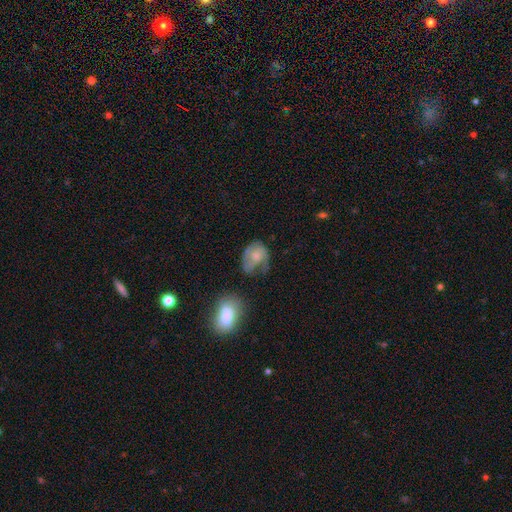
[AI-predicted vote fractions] A featured or disk galaxy (49%).

Vote fractions:
- Smooth or featured? featured or disk: 49% / smooth: 43% / star or artifact: 8%
- Merging? none: 36% / minor disturbance: 30% / major disturbance: 29% / merger: 5%